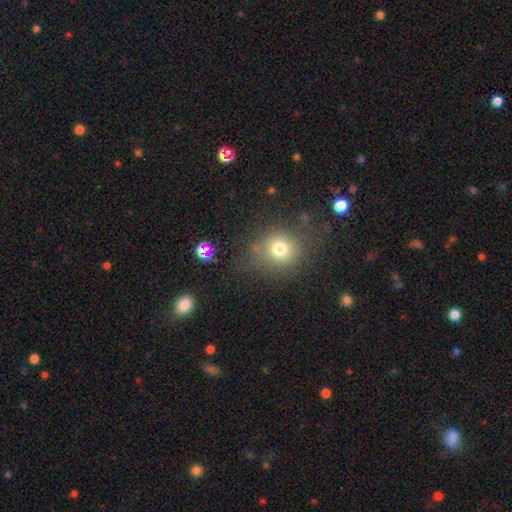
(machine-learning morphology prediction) Q: Smooth or featured?
A: smooth (72%); runner-up: star or artifact (18%)
Q: How rounded?
A: round (78%); runner-up: in between (21%)
Q: Merging?
A: none (75%); runner-up: minor disturbance (16%)